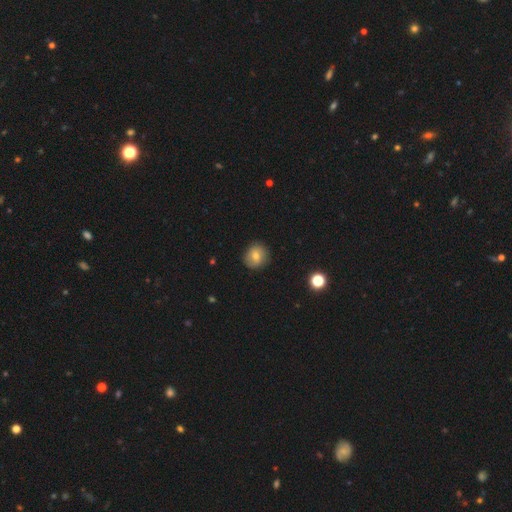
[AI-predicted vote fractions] Smooth or featured? smooth (70%)
How rounded? round (84%)
Merging? none (86%)